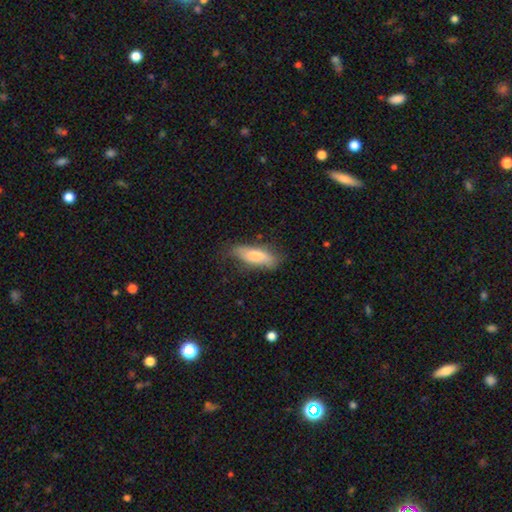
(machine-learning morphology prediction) A smooth galaxy with no disk features (76%) that is in between round and cigar-shaped (58%).

Vote fractions:
- Smooth or featured? smooth: 76% / featured or disk: 18% / star or artifact: 6%
- How rounded? in between: 58% / cigar-shaped: 40% / round: 2%
- Merging? none: 59% / minor disturbance: 29% / major disturbance: 9% / merger: 2%